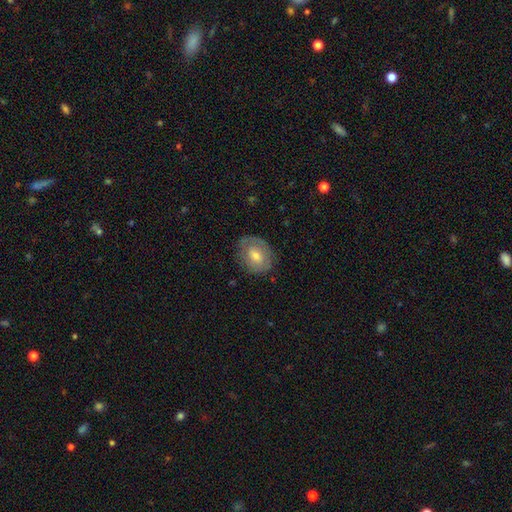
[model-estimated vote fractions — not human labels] Morphology: type=smooth (49%); merging=none (76%).